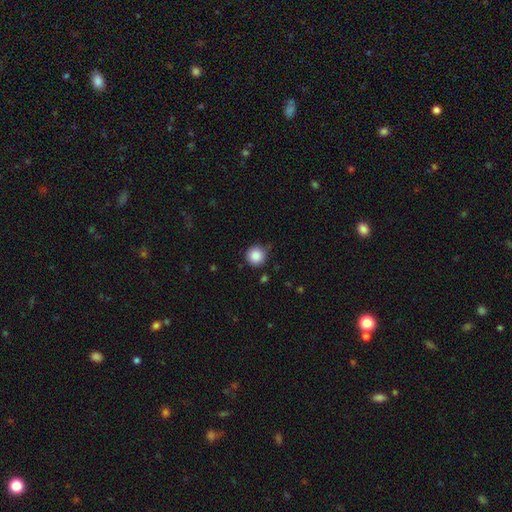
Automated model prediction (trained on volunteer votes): This appears to be a smooth galaxy with no disk features (87%) that is round (95%). Merging: none (78%).